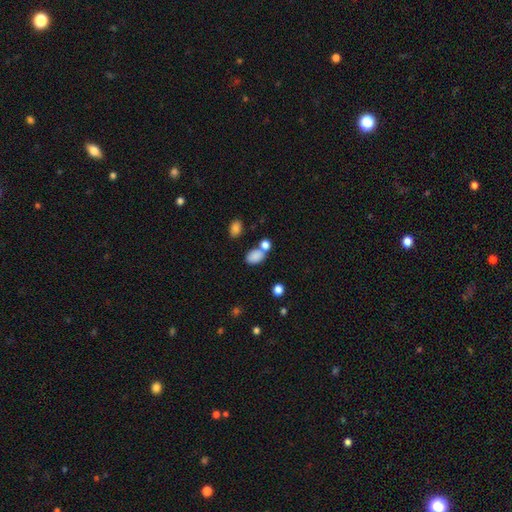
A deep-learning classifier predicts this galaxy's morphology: smooth 84%, star or artifact 10%, featured or disk 6%. Down the decision tree: how rounded — in between (81%); merging — none (53%).